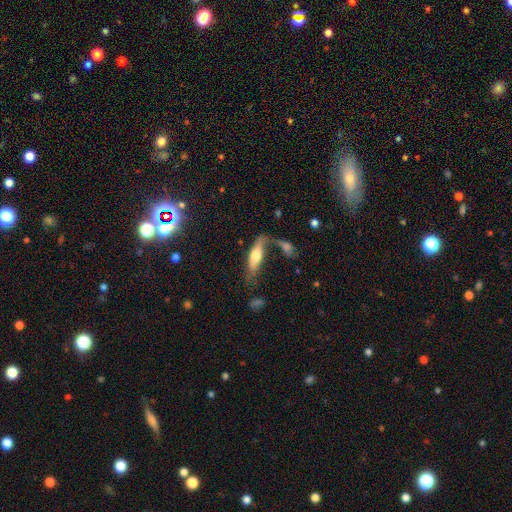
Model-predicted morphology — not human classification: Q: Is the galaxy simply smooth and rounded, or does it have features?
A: smooth — 57%.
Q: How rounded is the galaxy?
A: cigar-shaped — 50%.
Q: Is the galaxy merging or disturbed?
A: none — 37%.